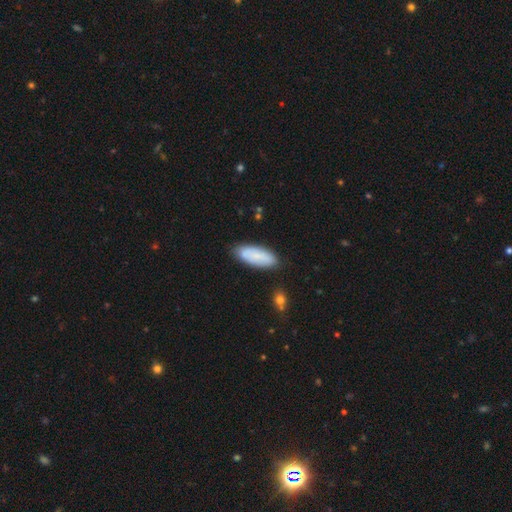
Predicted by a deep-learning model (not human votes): Smooth or featured? smooth (77%)
How rounded? in between (78%)
Merging? none (80%)